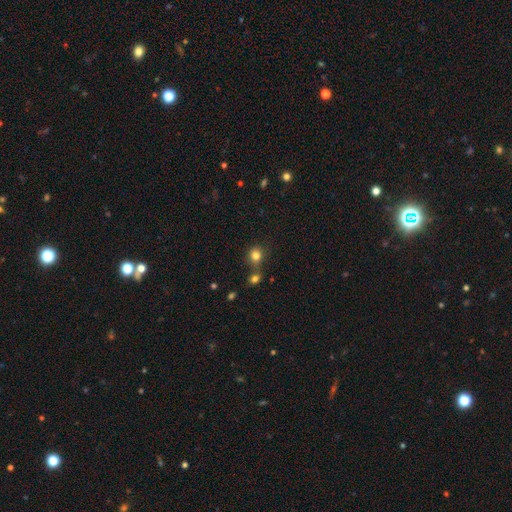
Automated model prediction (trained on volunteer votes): This is clearly a smooth galaxy (81%). How rounded: likely round (78%). Merging: likely none (61%).